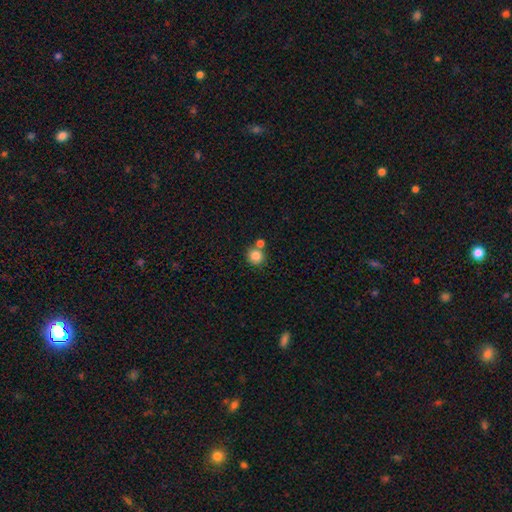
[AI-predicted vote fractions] smooth-or-featured: smooth: 84% | star or artifact: 10% | featured or disk: 6%
  how-rounded: round: 90% | in between: 9% | cigar-shaped: 1%
  merging: none: 62% | merger: 26% | minor disturbance: 8% | major disturbance: 3%